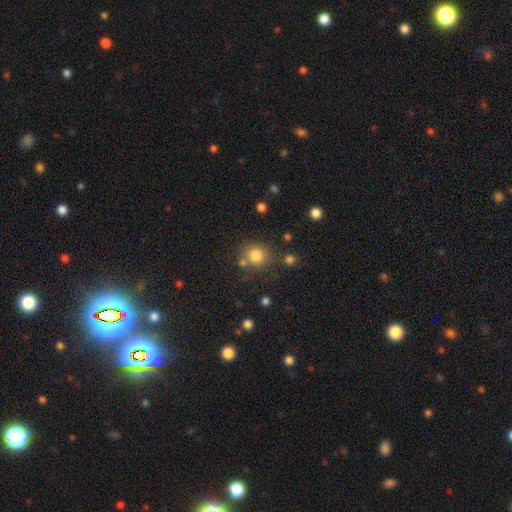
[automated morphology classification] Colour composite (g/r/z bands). It shows a smooth galaxy with no disk features (81%) that is round (87%). Merging: none (72%).